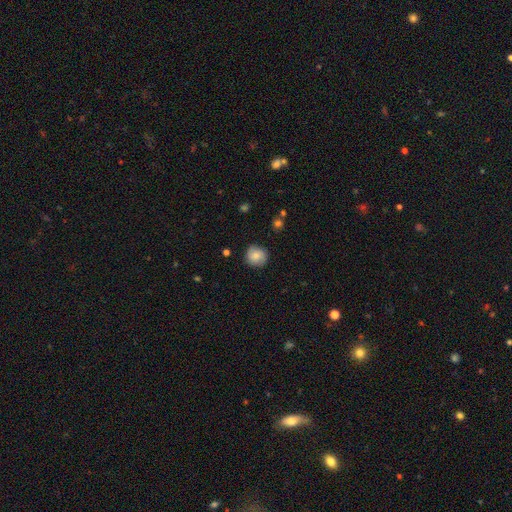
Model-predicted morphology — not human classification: Smooth or featured: smooth — 75% (featured or disk — 17%)
How rounded: round — 91% (in between — 8%)
Merging: none — 85% (minor disturbance — 11%)